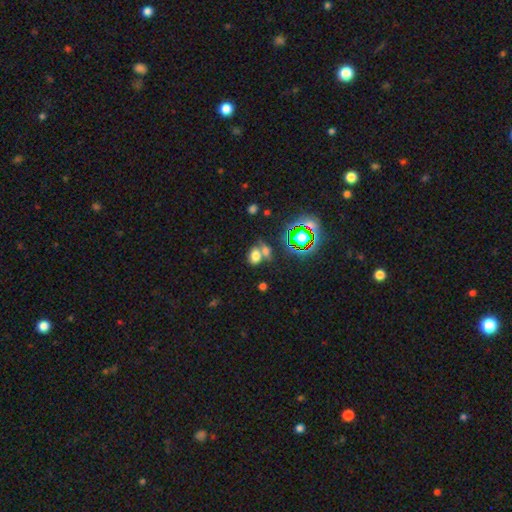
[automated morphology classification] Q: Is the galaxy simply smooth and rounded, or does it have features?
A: smooth — 68%.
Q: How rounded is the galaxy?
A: in between — 66%.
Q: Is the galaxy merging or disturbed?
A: none — 45%.